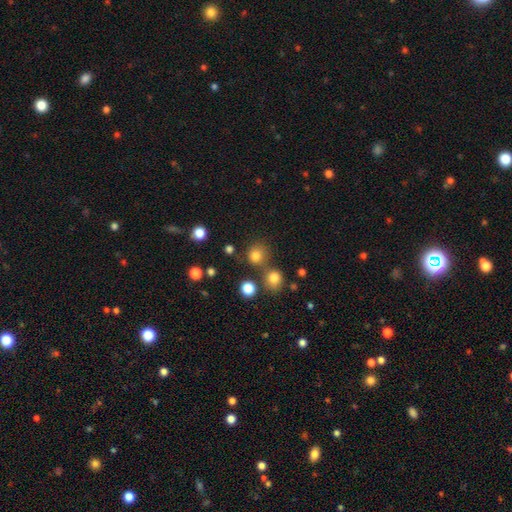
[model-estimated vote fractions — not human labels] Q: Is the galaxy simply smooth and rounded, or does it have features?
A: smooth — 79%.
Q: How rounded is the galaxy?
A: round — 89%.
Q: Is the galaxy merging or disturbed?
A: none — 69%.